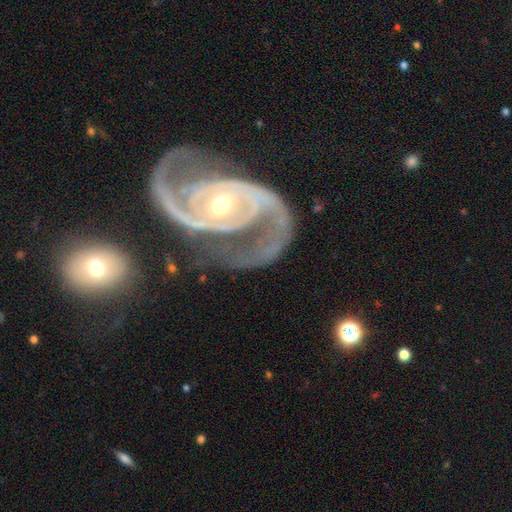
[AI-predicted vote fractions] A featured or disk galaxy (93%) with no bar (43%), 2 (91%) medium (55%) spiral arms (98%) and a moderate central bulge (54%).

Vote fractions:
- Smooth or featured? featured or disk: 93% / star or artifact: 4% / smooth: 3%
- Edge-on disk? no: 97% / yes: 3%
- Bar? no: 43% / weak: 33% / strong: 25%
- Spiral arms? yes: 98% / no: 2%
- Spiral winding? medium: 55% / tight: 26% / loose: 19%
- Spiral arm count? 2: 91% / 3: 2% / can't tell: 2% / 1: 2% / 4: 1% / more than 4: 1%
- Bulge size? moderate: 54% / small: 41% / large: 3% / none: 1% / dominant: 1%
- Merging? none: 62% / minor disturbance: 18% / major disturbance: 15% / merger: 5%